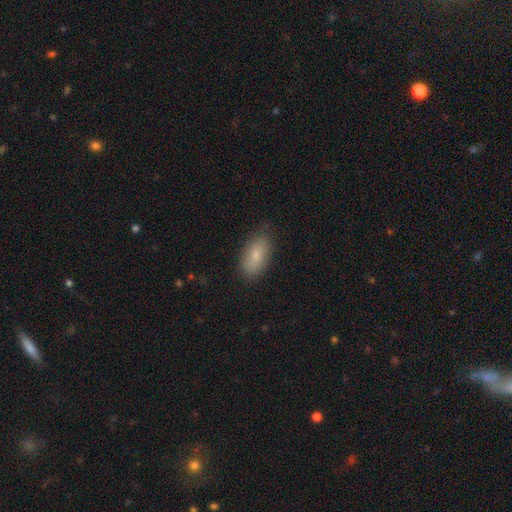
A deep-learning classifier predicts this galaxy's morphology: This is clearly a smooth galaxy (82%). How rounded: clearly in between (91%). Merging: clearly none (81%).